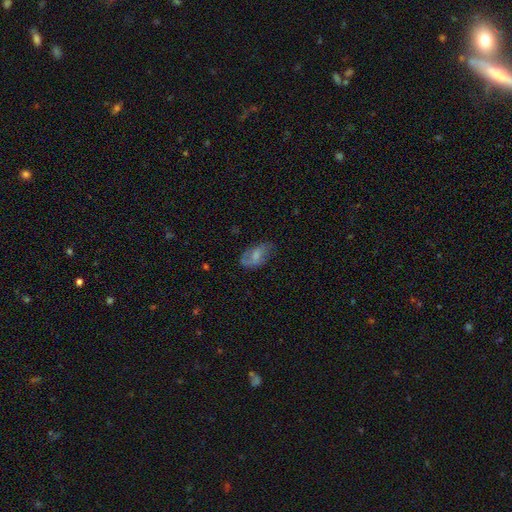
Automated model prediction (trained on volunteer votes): A smooth galaxy with no disk features (51%) that is in between round and cigar-shaped (91%). Merging: none (58%).